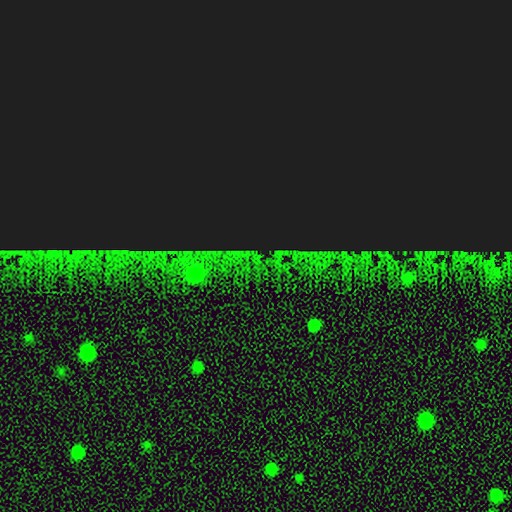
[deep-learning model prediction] Smooth or featured?
  - star or artifact: 83% *
  - smooth: 9%
  - featured or disk: 8%